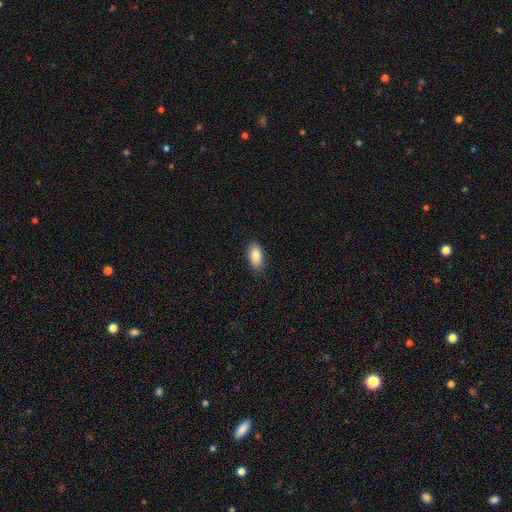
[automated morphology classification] A smooth galaxy with no disk features (88%) that is in between round and cigar-shaped (90%).

Vote fractions:
- Smooth or featured? smooth: 88% / star or artifact: 6% / featured or disk: 5%
- How rounded? in between: 90% / cigar-shaped: 8% / round: 3%
- Merging? none: 88% / minor disturbance: 9% / major disturbance: 2% / merger: 1%